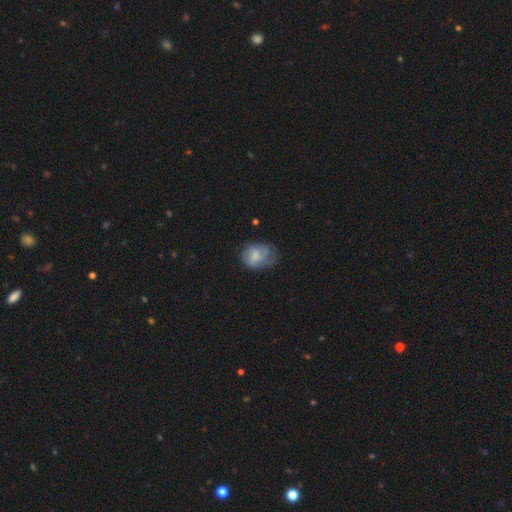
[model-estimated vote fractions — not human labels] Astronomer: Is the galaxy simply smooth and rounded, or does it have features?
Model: smooth — 48% (runner-up: featured or disk, 44%).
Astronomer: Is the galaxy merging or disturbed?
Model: none — 50% (runner-up: minor disturbance, 30%).